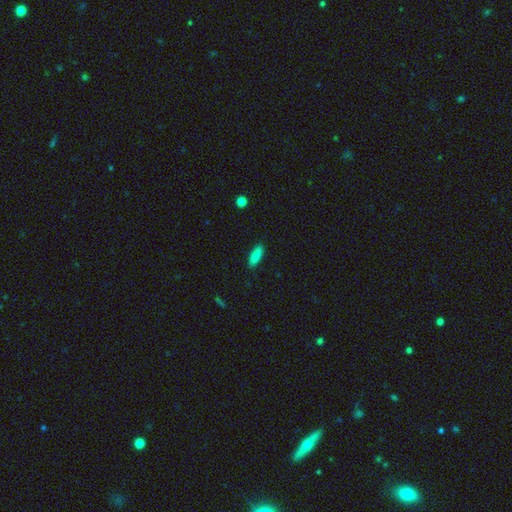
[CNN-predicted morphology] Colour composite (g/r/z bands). It shows a smooth galaxy with no disk features (88%) that is in between round and cigar-shaped (58%). Merging: none (88%).